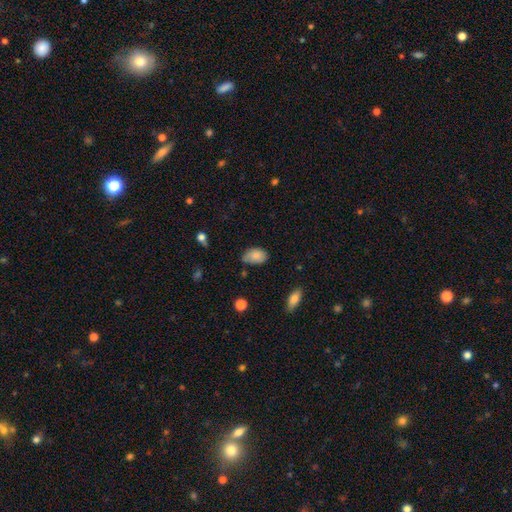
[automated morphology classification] smooth_or_featured: smooth (p=0.84) [alt: featured or disk p=0.08]
how_rounded: in between (p=0.89) [alt: round p=0.09]
merging: none (p=0.63) [alt: minor disturbance p=0.29]